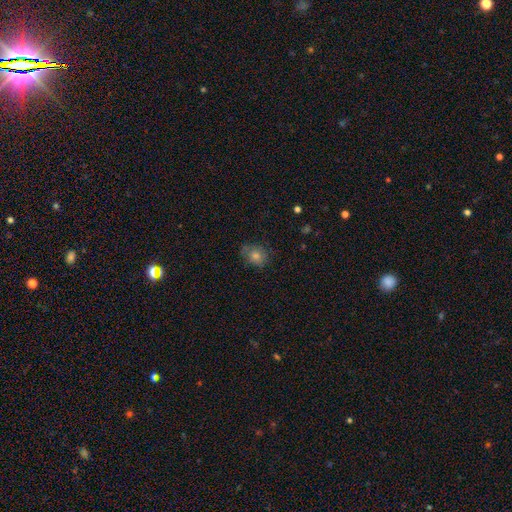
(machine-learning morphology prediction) This is likely a smooth galaxy (66%). How rounded: likely round (68%). Merging: likely none (72%).